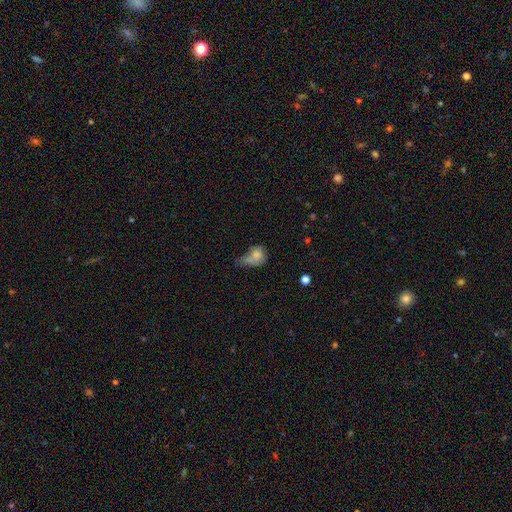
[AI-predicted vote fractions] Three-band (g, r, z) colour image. It shows a smooth galaxy with no disk features (68%) that is in between round and cigar-shaped (59%). Merging: major disturbance (37%).